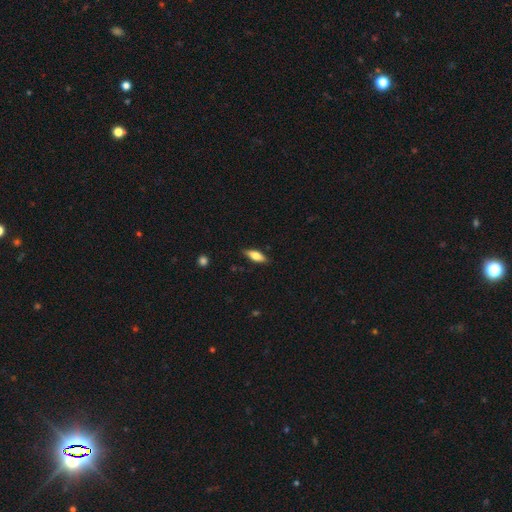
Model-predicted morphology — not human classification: A smooth galaxy with no disk features (66%) that is in between round and cigar-shaped (65%).

Vote fractions:
- Smooth or featured? smooth: 66% / featured or disk: 27% / star or artifact: 7%
- How rounded? in between: 65% / cigar-shaped: 33% / round: 3%
- Merging? none: 86% / minor disturbance: 11% / major disturbance: 2% / merger: 1%